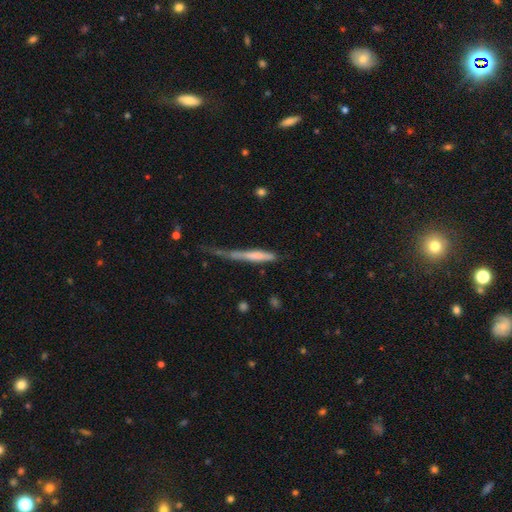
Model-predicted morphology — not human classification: Smooth or featured?
  - smooth: 57% *
  - featured or disk: 35%
  - star or artifact: 7%
How rounded?
  - cigar-shaped: 93% *
  - in between: 6%
  - round: 2%
Merging?
  - none: 35% *
  - minor disturbance: 30%
  - major disturbance: 27%
  - merger: 8%